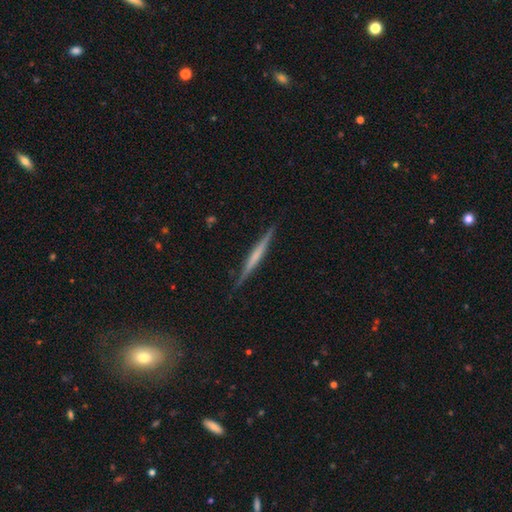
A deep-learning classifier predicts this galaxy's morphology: smooth-or-featured: featured or disk: 58% | smooth: 36% | star or artifact: 6%
  disk-edge-on: yes: 97% | no: 3%
    edge-on-bulge: none: 70% | rounded: 16% | boxy: 14%
  merging: none: 88% | minor disturbance: 9% | major disturbance: 2% | merger: 1%